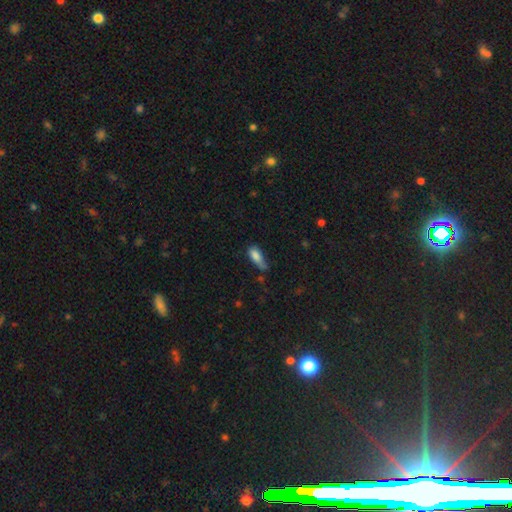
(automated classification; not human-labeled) Smooth or featured? smooth (80%)
How rounded? in between (74%)
Merging? minor disturbance (41%)